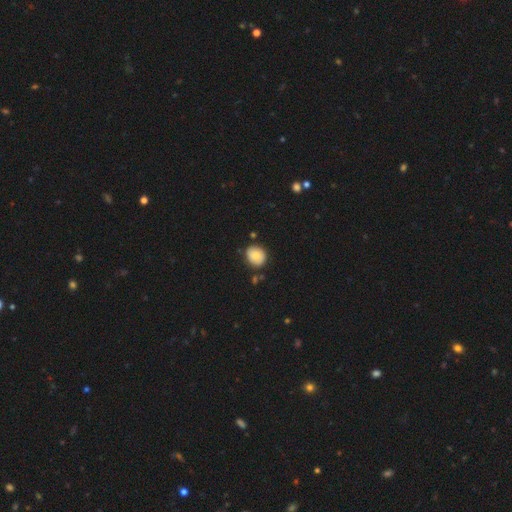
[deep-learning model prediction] Q: Smooth or featured?
A: smooth (82%); runner-up: featured or disk (10%)
Q: How rounded?
A: round (70%); runner-up: in between (29%)
Q: Merging?
A: none (78%); runner-up: minor disturbance (16%)